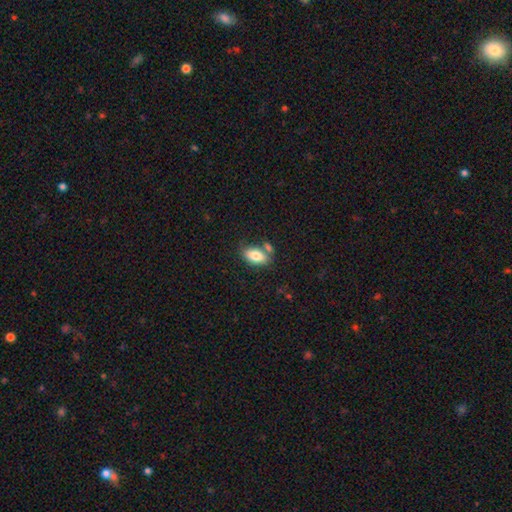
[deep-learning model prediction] This appears to be a smooth galaxy with no disk features (80%) that is in between round and cigar-shaped (91%). Merging: none (59%).